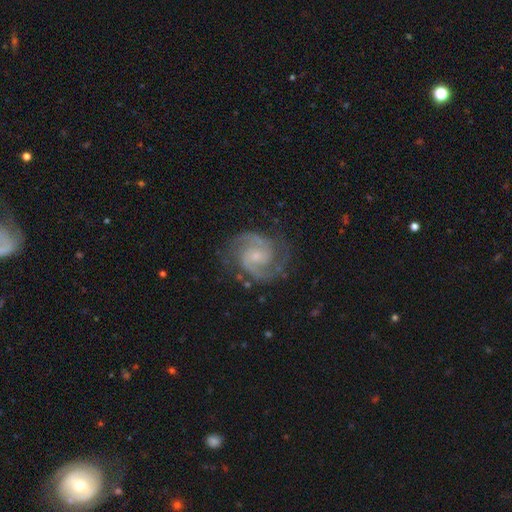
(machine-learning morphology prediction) Smooth or featured? Predicted: featured or disk (p=0.91). Edge-on disk? Predicted: no (p=0.98). Bar? Predicted: no (p=0.55). Spiral arms? Predicted: yes (p=0.98). Spiral winding? Predicted: medium (p=0.55). Spiral arm count? Predicted: 2 (p=0.89). Bulge size? Predicted: small (p=0.69). Merging? Predicted: none (p=0.79).